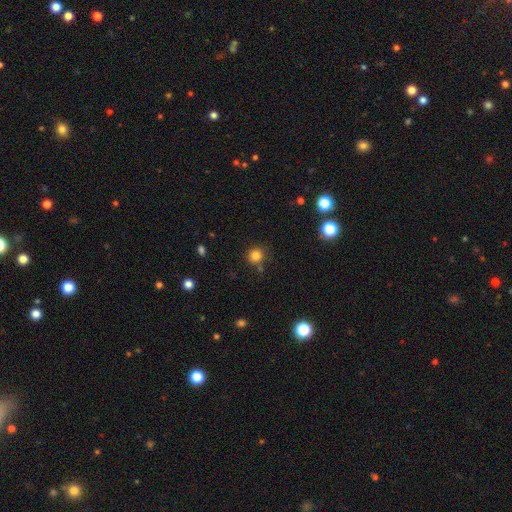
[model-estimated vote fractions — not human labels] Smooth or featured: smooth — 82% (star or artifact — 13%)
How rounded: round — 91% (in between — 8%)
Merging: none — 80% (minor disturbance — 10%)